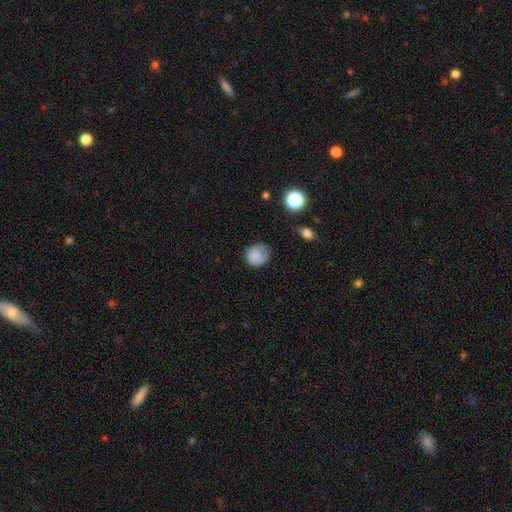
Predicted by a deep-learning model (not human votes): Smooth or featured: smooth — 84% (star or artifact — 10%)
How rounded: round — 81% (in between — 18%)
Merging: none — 67% (minor disturbance — 24%)